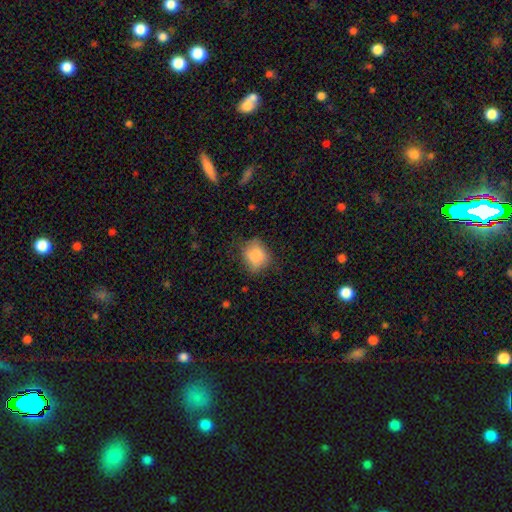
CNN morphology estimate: A smooth galaxy with no disk features (83%) that is round (61%). Merging: none (63%).